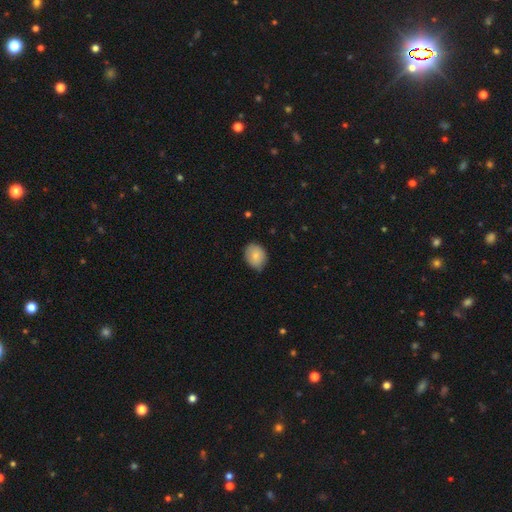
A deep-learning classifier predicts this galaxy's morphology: Smooth or featured: smooth — 80% (featured or disk — 13%)
How rounded: in between — 53% (round — 46%)
Merging: none — 73% (minor disturbance — 23%)